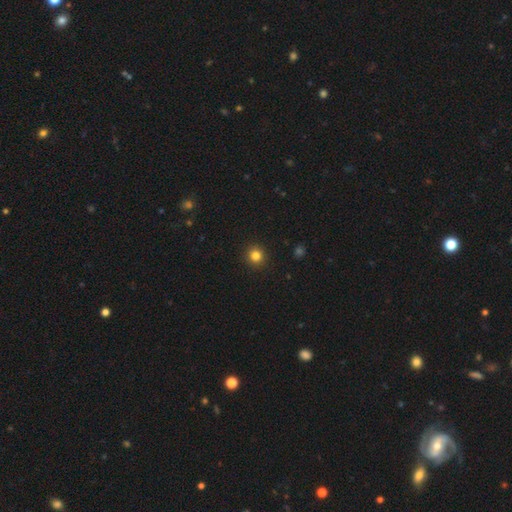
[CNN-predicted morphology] Q: Smooth or featured?
A: smooth (82%); runner-up: star or artifact (13%)
Q: How rounded?
A: round (93%); runner-up: in between (6%)
Q: Merging?
A: none (93%); runner-up: minor disturbance (5%)